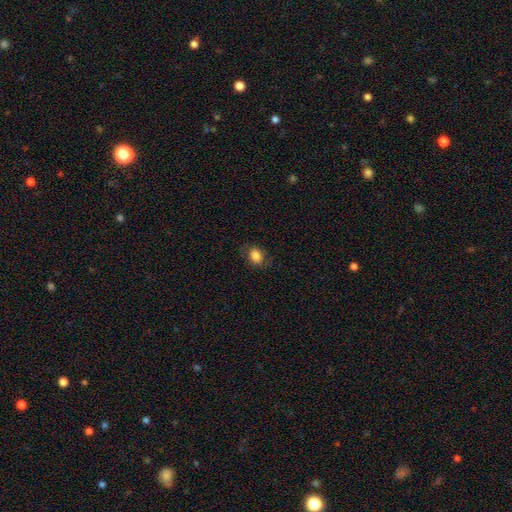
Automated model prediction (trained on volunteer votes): A smooth galaxy with no disk features (82%) that is in between round and cigar-shaped (60%). Merging: none (78%).